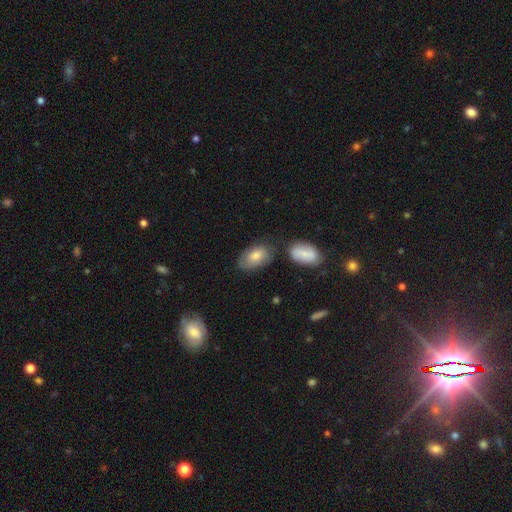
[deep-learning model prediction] smooth-or-featured: smooth: 72% | featured or disk: 20% | star or artifact: 8%
  how-rounded: in between: 92% | round: 6% | cigar-shaped: 2%
  merging: none: 64% | minor disturbance: 22% | merger: 8% | major disturbance: 6%